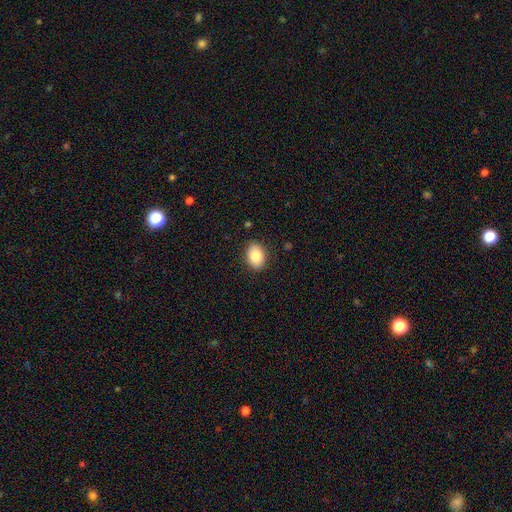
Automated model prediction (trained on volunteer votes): smooth 85%, star or artifact 7%, featured or disk 7%. Down the decision tree: how rounded — in between (80%); merging — none (88%).